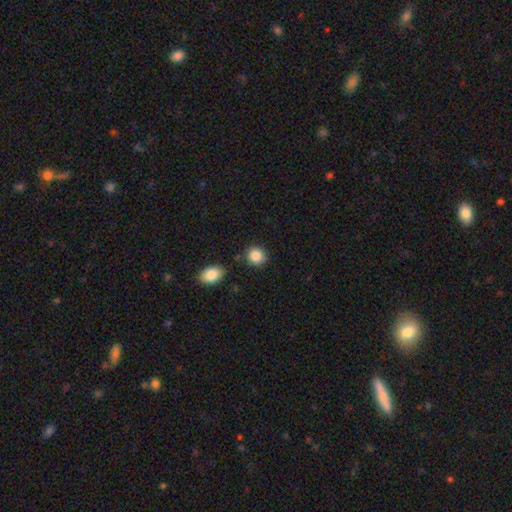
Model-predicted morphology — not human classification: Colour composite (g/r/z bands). It shows a smooth galaxy with no disk features (87%) that is round (80%). Merging: none (83%).